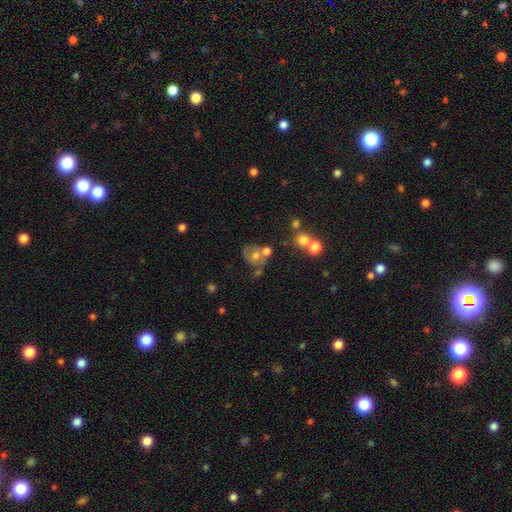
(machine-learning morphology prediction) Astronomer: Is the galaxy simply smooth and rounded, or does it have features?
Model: smooth — 48% (runner-up: featured or disk, 40%).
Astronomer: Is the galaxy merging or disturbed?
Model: none — 39% (runner-up: merger, 27%).